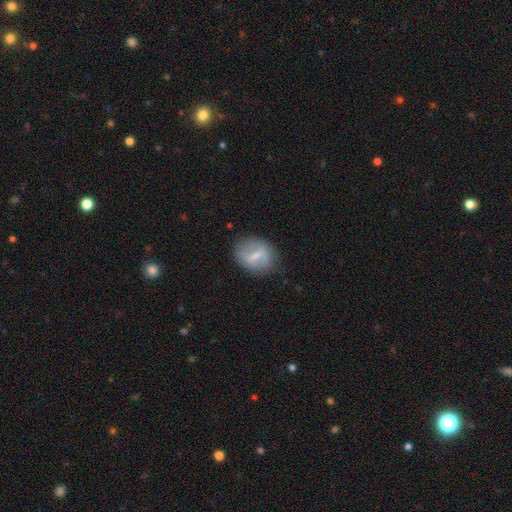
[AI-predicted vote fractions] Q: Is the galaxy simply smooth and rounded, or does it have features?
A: featured or disk — 51%.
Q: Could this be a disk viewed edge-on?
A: no — 93%.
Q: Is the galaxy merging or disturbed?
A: none — 76%.